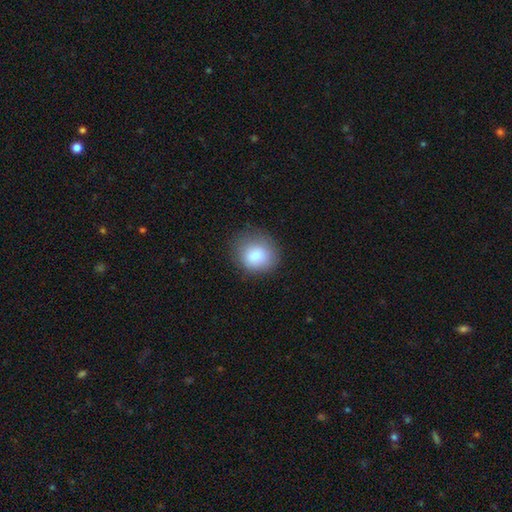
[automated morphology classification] Q: Smooth or featured?
A: smooth (84%); runner-up: star or artifact (8%)
Q: How rounded?
A: round (75%); runner-up: in between (24%)
Q: Merging?
A: none (77%); runner-up: minor disturbance (17%)